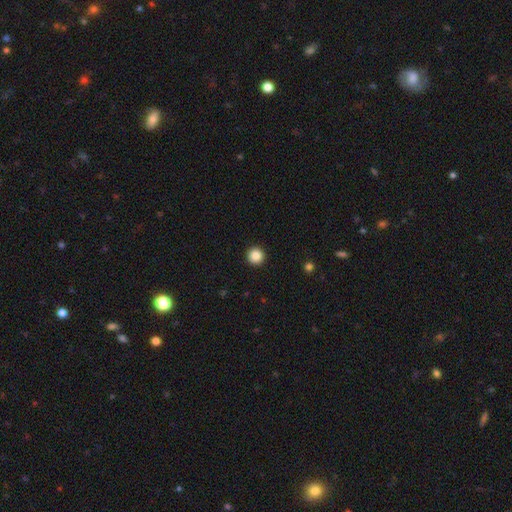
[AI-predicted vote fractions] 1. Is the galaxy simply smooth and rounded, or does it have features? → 87% smooth, 10% star or artifact, 3% featured or disk.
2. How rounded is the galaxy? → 96% round, 3% in between, 1% cigar-shaped.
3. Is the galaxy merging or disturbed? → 94% none, 4% minor disturbance, 1% major disturbance, 1% merger.